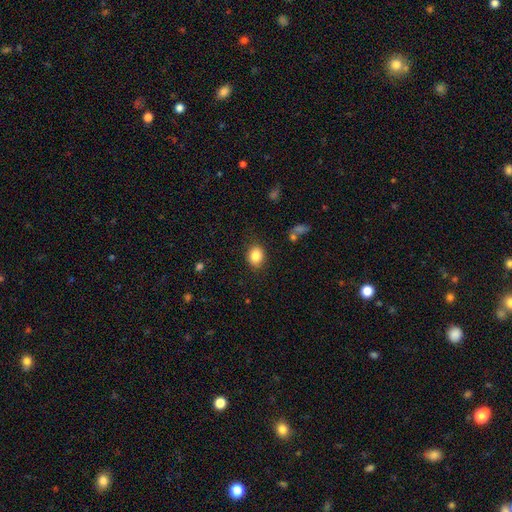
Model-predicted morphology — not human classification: Overall: smooth (84%). How rounded: round (58%; in between 41%). Merging: none (84%).